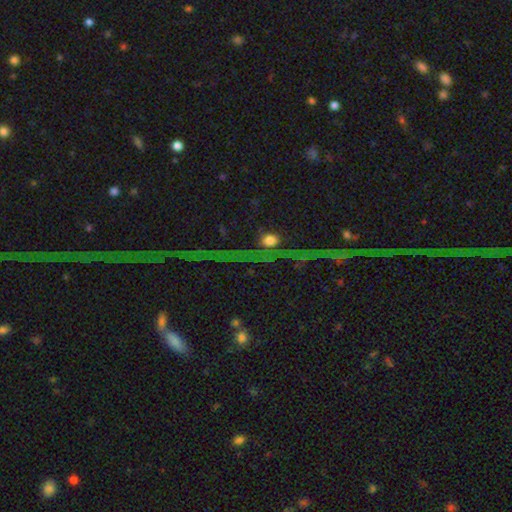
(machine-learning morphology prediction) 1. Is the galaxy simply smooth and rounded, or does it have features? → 78% star or artifact, 12% featured or disk, 10% smooth.